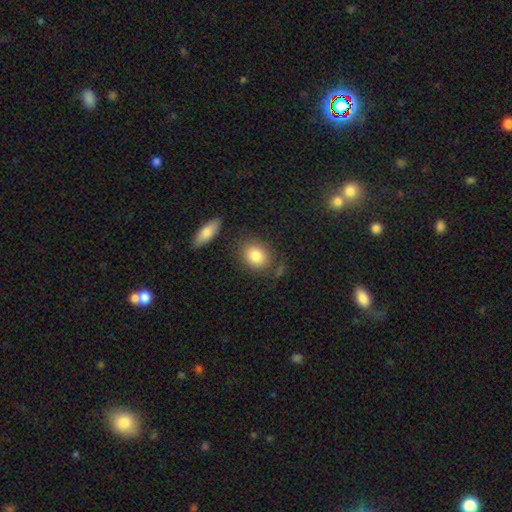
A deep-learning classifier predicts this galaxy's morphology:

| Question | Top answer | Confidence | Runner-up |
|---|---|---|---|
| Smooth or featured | smooth | 83% | featured or disk (9%) |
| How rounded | in between | 50% | round (49%) |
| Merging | none | 75% | minor disturbance (13%) |